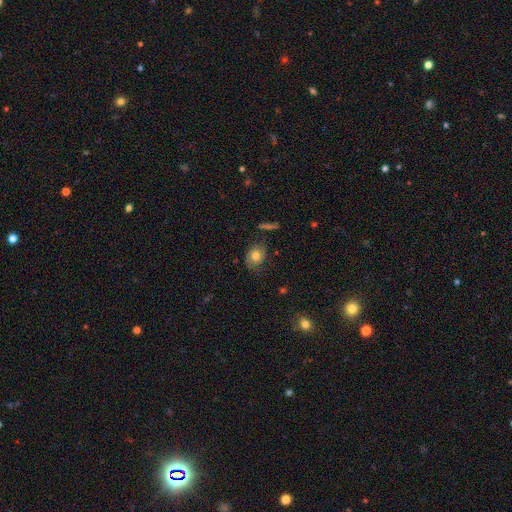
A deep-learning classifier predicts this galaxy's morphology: A smooth galaxy with no disk features (67%) that is in between round and cigar-shaped (57%). Merging: none (67%).